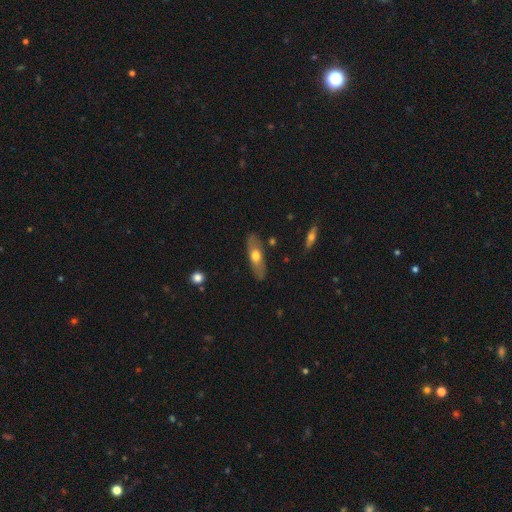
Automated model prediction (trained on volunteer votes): This appears to be a smooth galaxy with no disk features (52%) that is in between round and cigar-shaped (50%). Merging: none (83%).